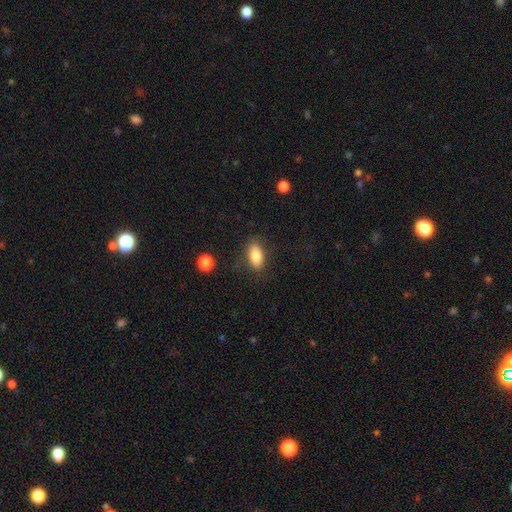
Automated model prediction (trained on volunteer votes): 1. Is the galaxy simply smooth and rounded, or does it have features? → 82% smooth, 10% featured or disk, 8% star or artifact.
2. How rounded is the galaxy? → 87% in between, 8% cigar-shaped, 5% round.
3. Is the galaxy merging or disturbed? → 83% none, 12% minor disturbance, 4% major disturbance, 2% merger.